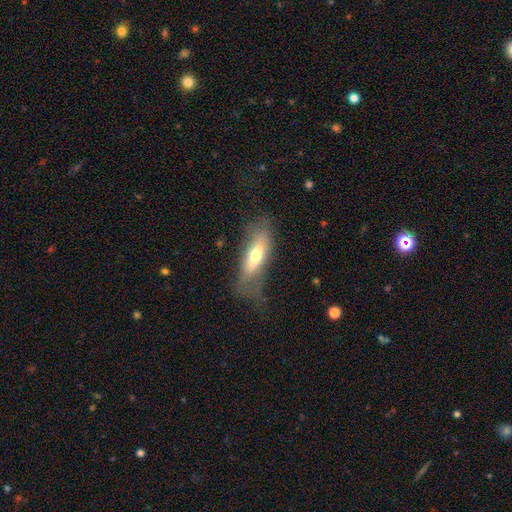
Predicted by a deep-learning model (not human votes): Overall: smooth (61%; featured or disk 32%). How rounded: in between (64%; cigar-shaped 33%). Merging: none (55%; minor disturbance 25%).